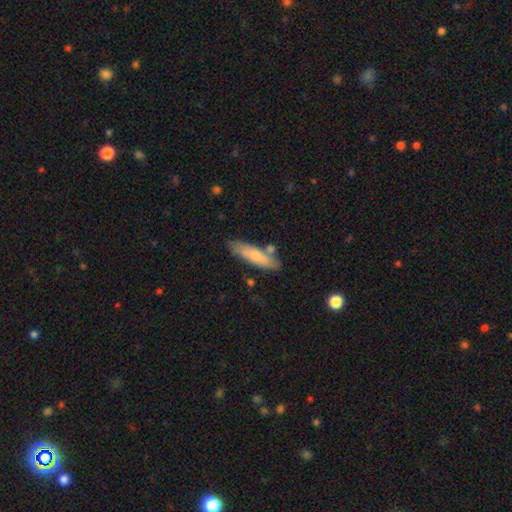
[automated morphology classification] The model was most divided on "how rounded": cigar-shaped: 68%, in between: 30%, round: 2%. More confident: merging — none (74%); smooth or featured — smooth (71%).